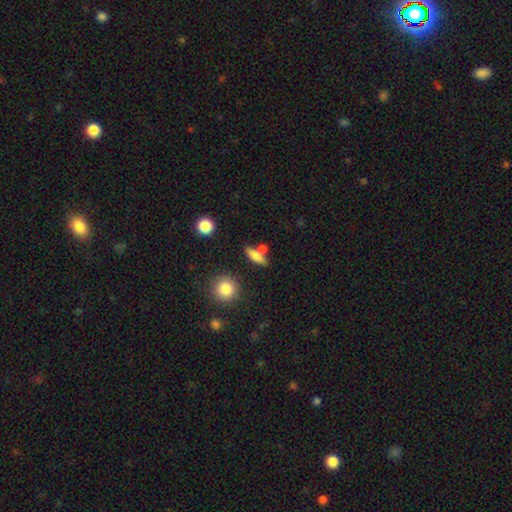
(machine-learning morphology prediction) Smooth or featured? smooth (70%)
How rounded? cigar-shaped (49%)
Merging? none (65%)